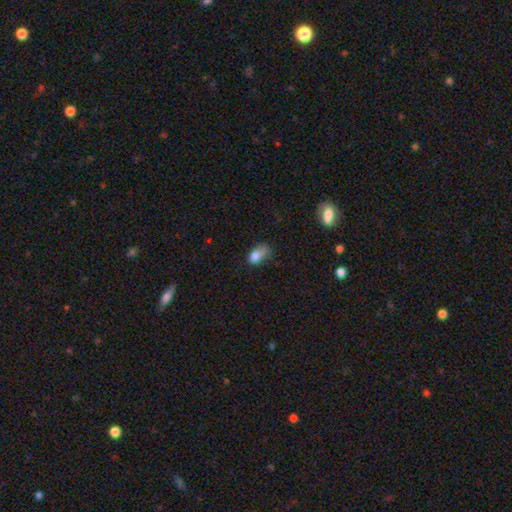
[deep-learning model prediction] A smooth galaxy with no disk features (78%) that is in between round and cigar-shaped (85%). Merging: minor disturbance (38%).